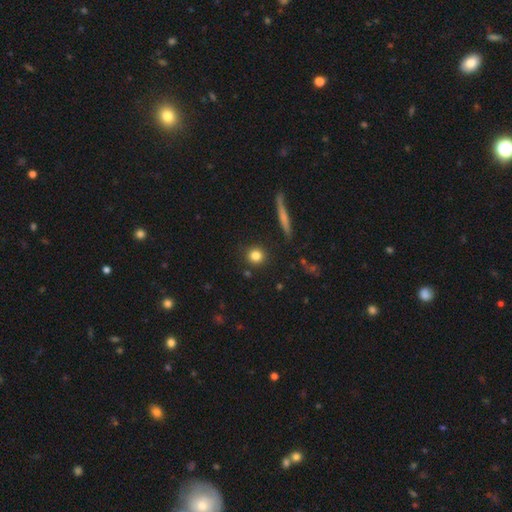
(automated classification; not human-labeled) A smooth galaxy with no disk features (82%) that is round (91%). Merging: none (88%).